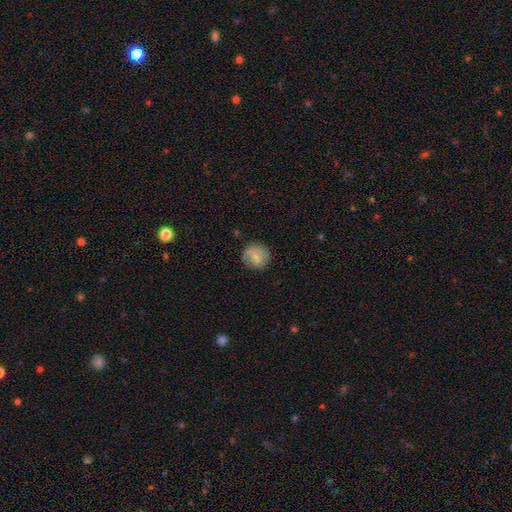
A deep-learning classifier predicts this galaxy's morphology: Smooth or featured? Predicted: smooth (p=0.74). How rounded? Predicted: round (p=0.87). Merging? Predicted: none (p=0.75).